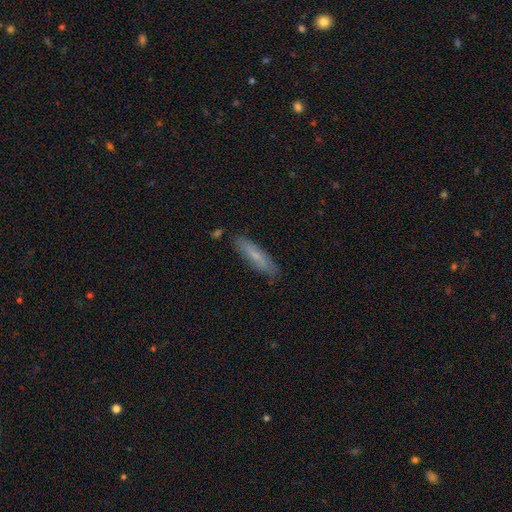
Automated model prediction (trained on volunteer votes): smooth 63%, featured or disk 30%, star or artifact 7%. Down the decision tree: how rounded — cigar-shaped (73%); merging — none (80%).